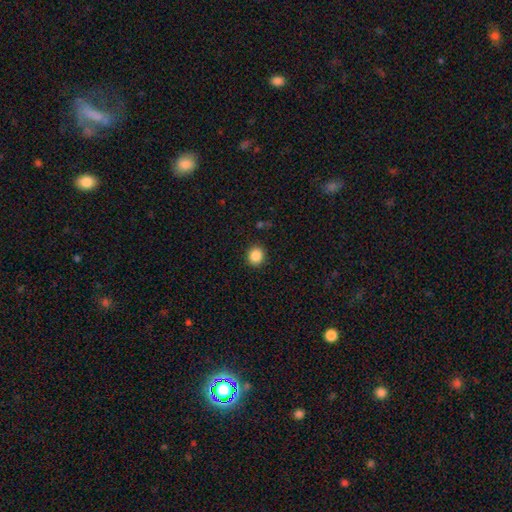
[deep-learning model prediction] smooth_or_featured: smooth (p=0.87) [alt: star or artifact p=0.10]
how_rounded: round (p=0.84) [alt: in between p=0.15]
merging: none (p=0.90) [alt: minor disturbance p=0.06]